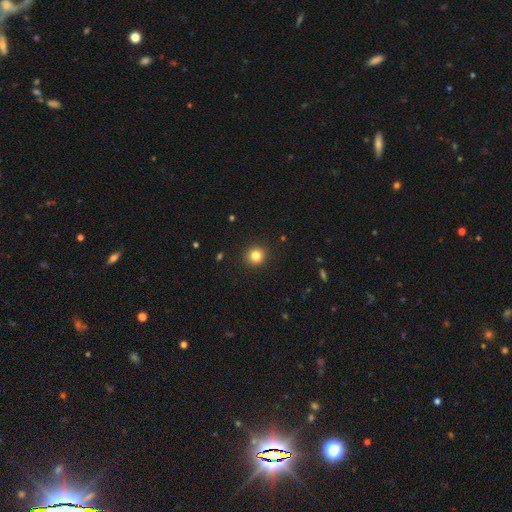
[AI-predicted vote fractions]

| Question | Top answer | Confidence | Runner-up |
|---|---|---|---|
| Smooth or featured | smooth | 82% | star or artifact (12%) |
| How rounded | round | 89% | in between (10%) |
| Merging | none | 92% | minor disturbance (5%) |